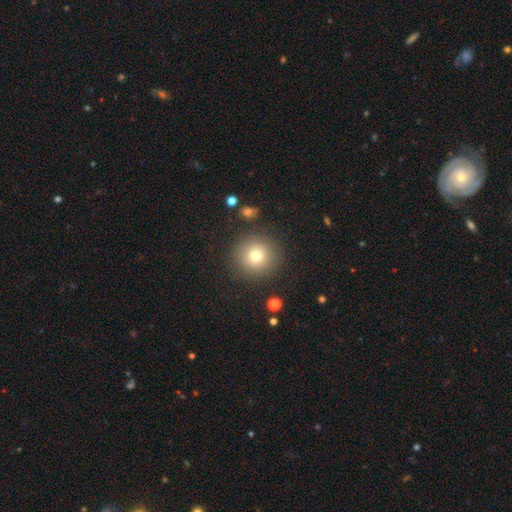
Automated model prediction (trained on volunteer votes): Smooth or featured? Predicted: smooth (p=0.75). How rounded? Predicted: round (p=0.95). Merging? Predicted: none (p=0.87).